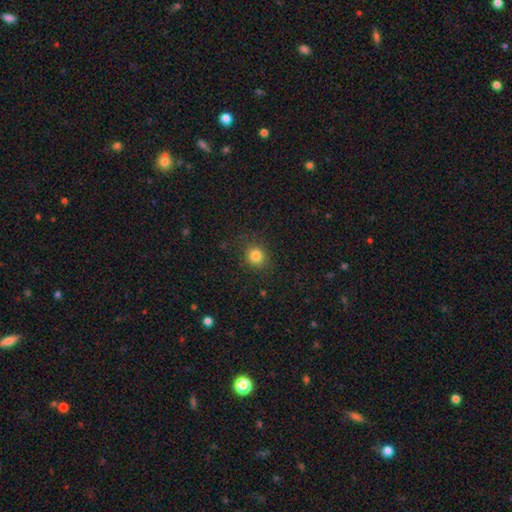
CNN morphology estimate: This appears to be a smooth galaxy with no disk features (82%) that is round (85%). Merging: none (87%).